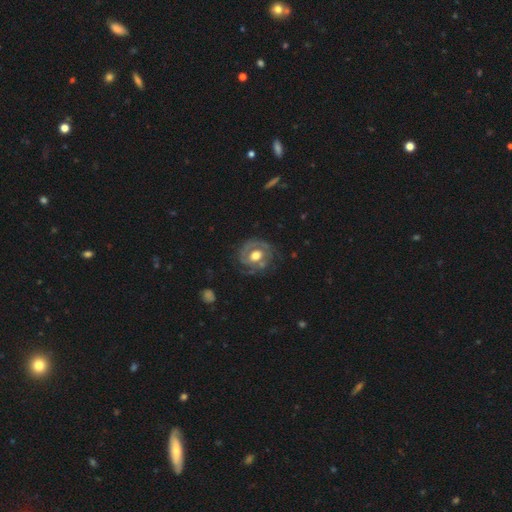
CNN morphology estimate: Smooth or featured?
  - featured or disk: 75% *
  - smooth: 20%
  - star or artifact: 5%
Edge-on disk?
  - no: 97% *
  - yes: 3%
Bar?
  - no: 65% *
  - weak: 27%
  - strong: 8%
Spiral arms?
  - yes: 76% *
  - no: 24%
Spiral winding?
  - tight: 58% *
  - medium: 31%
  - loose: 11%
Spiral arm count?
  - 2: 53% *
  - 1: 19%
  - can't tell: 18%
  - 3: 6%
  - 4: 2%
  - more than 4: 2%
Bulge size?
  - moderate: 62% *
  - large: 30%
  - small: 5%
  - dominant: 2%
  - none: 1%
Merging?
  - none: 68% *
  - minor disturbance: 19%
  - major disturbance: 11%
  - merger: 2%